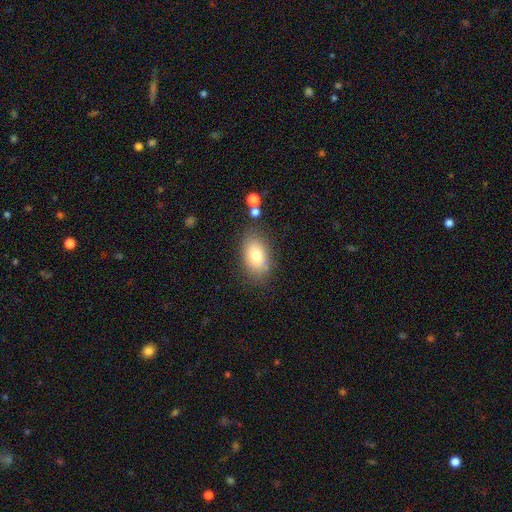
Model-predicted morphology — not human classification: This appears to be a smooth galaxy with no disk features (77%) that is in between round and cigar-shaped (88%). Merging: none (78%).